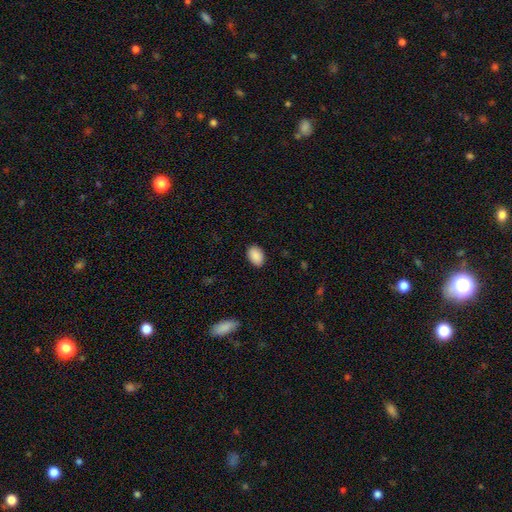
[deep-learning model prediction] Morphology: type=smooth (90%); roundness=in between (86%); merging=none (88%).